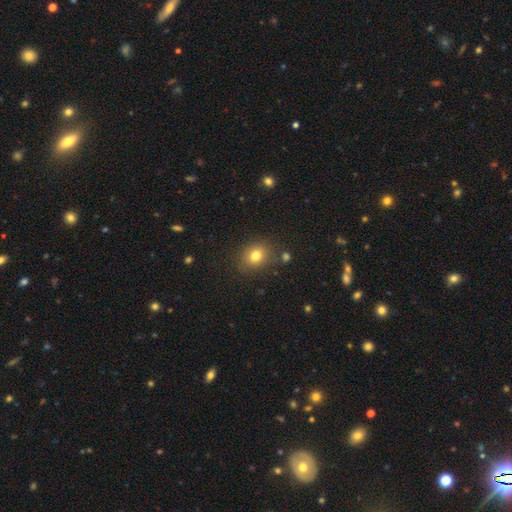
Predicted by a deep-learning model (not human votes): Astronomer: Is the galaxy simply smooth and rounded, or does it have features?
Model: smooth — 79%.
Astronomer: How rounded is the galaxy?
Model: round — 61% (runner-up: in between, 38%).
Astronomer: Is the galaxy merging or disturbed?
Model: none — 82%.